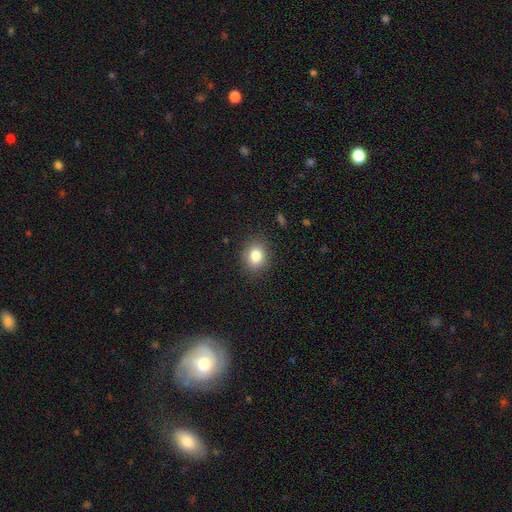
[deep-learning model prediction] Q: Smooth or featured?
A: smooth (82%); runner-up: star or artifact (10%)
Q: How rounded?
A: round (55%); runner-up: in between (44%)
Q: Merging?
A: none (87%); runner-up: minor disturbance (9%)